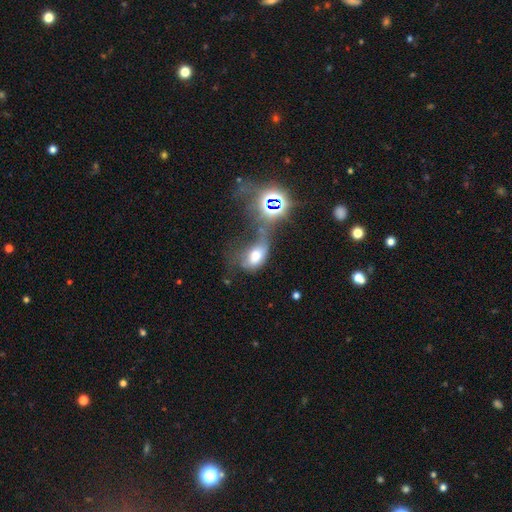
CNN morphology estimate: Overall: smooth (59%; featured or disk 22%). How rounded: in between (81%). Merging: major disturbance (36%; merger 25%).